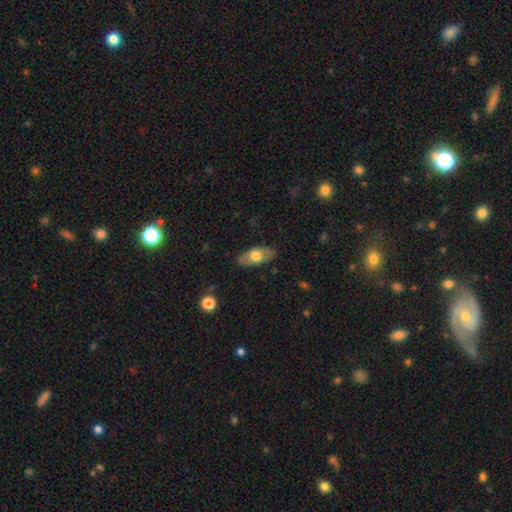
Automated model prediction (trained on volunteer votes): This is likely a smooth galaxy (62%). How rounded: clearly in between (90%). Merging: clearly none (83%).